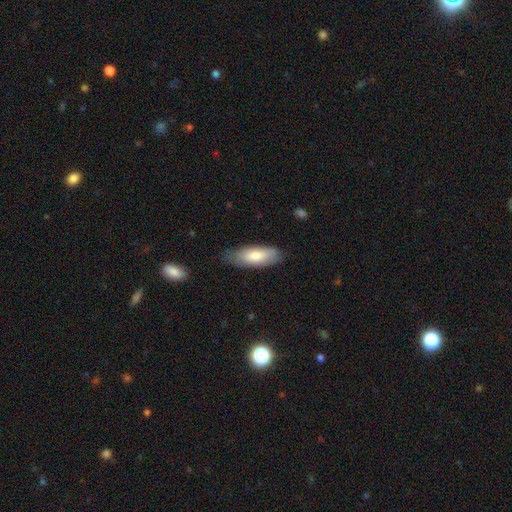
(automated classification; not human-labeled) Smooth or featured? smooth (78%)
How rounded? in between (70%)
Merging? none (74%)